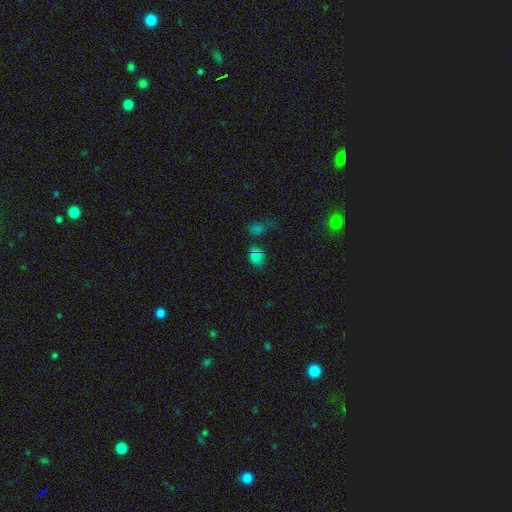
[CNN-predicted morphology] The model was most divided on "how rounded": in between: 53%, round: 45%, cigar-shaped: 2%. More confident: smooth or featured — smooth (73%); merging — none (64%).